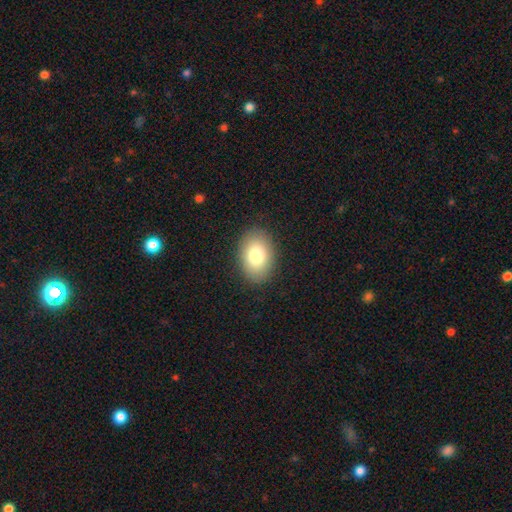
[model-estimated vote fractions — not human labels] The model was most divided on "how rounded": in between: 83%, round: 16%, cigar-shaped: 1%. More confident: merging — none (88%); smooth or featured — smooth (80%).